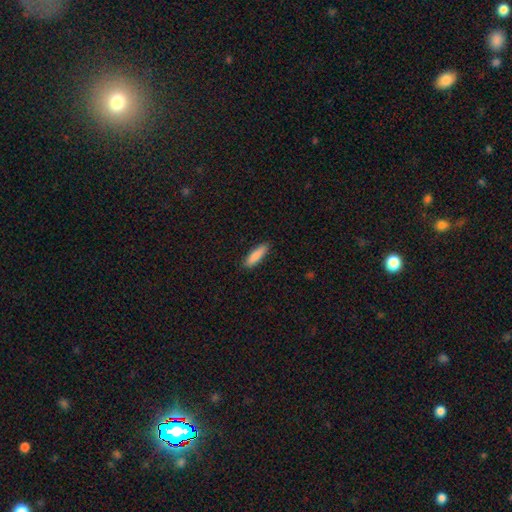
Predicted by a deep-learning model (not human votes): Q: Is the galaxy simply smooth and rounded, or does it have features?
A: smooth — 88%.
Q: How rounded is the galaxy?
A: cigar-shaped — 64%.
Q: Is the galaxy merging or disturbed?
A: none — 88%.